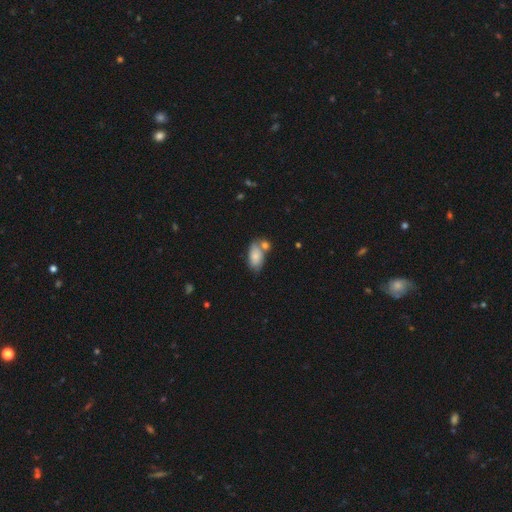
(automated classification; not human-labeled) A smooth galaxy with no disk features (78%) that is in between round and cigar-shaped (91%). Merging: none (47%).